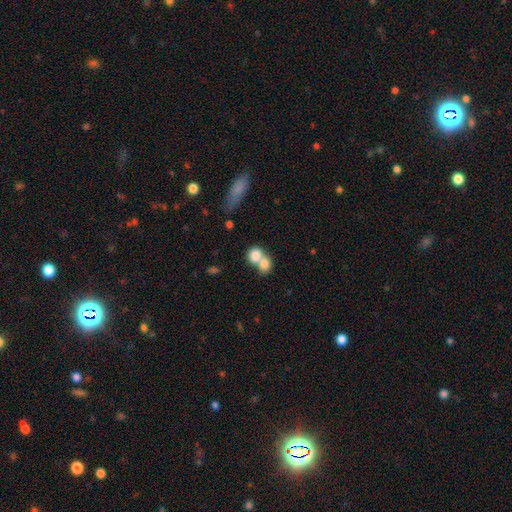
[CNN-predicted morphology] Smooth or featured: smooth — 78% (featured or disk — 13%)
How rounded: round — 61% (in between — 38%)
Merging: merger — 66% (none — 24%)